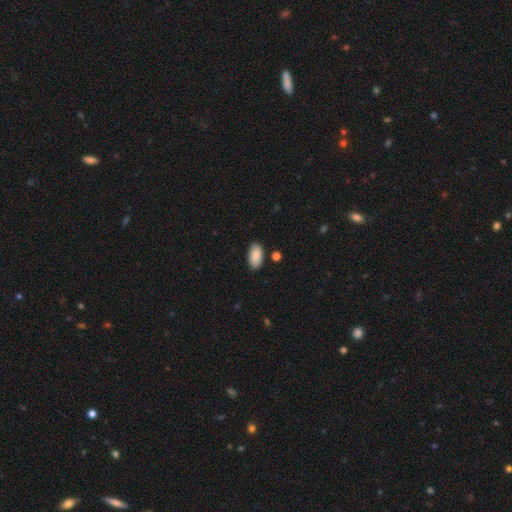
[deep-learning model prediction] Smooth or featured: smooth — 88% (star or artifact — 6%)
How rounded: in between — 94% (cigar-shaped — 3%)
Merging: none — 85% (minor disturbance — 10%)